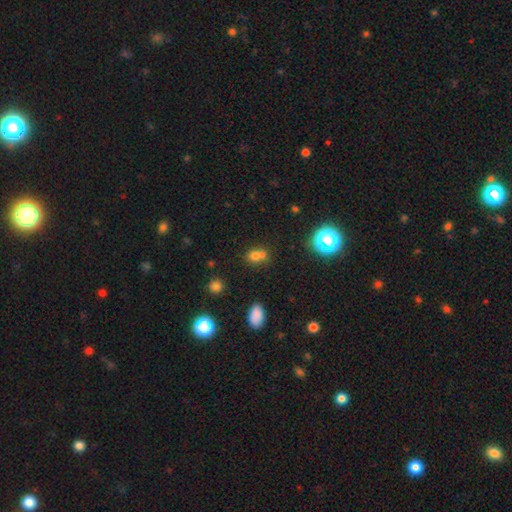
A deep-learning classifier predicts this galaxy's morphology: A smooth galaxy with no disk features (67%) that is round (61%). Merging: merger (57%).